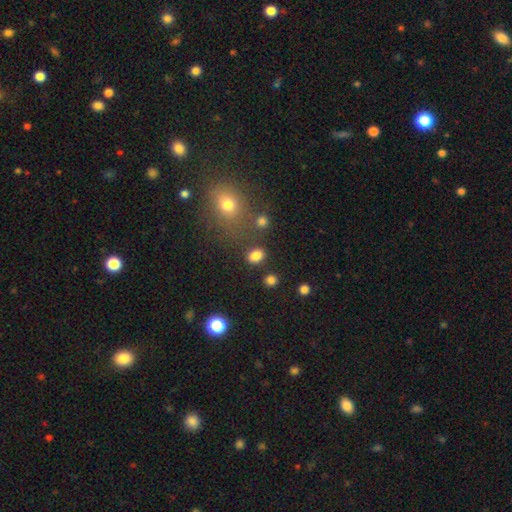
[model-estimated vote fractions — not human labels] Morphology: type=smooth (83%); roundness=in between (68%); merging=none (80%).